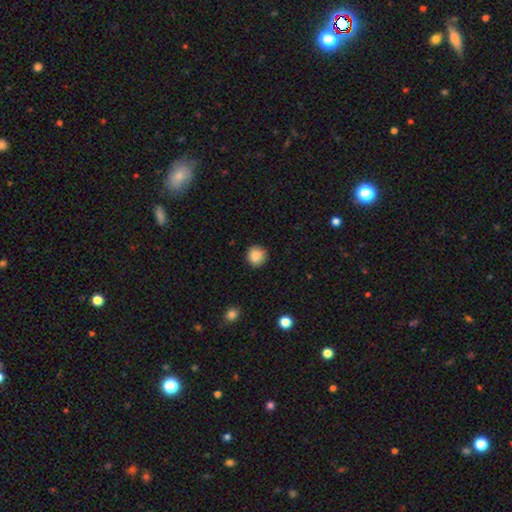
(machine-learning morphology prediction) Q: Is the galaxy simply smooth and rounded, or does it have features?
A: smooth — 87%.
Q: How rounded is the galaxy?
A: round — 91%.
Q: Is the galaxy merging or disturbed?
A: none — 88%.